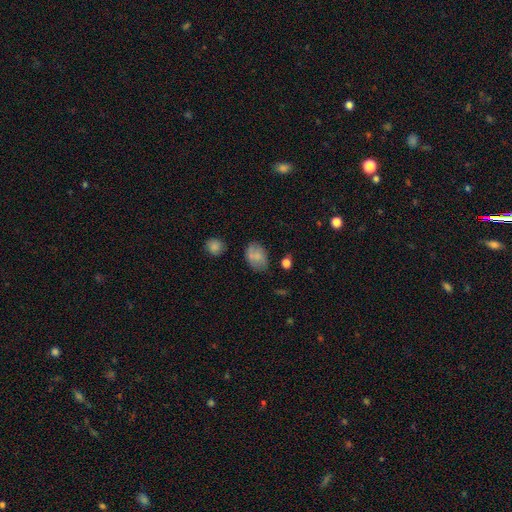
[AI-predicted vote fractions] smooth 75%, featured or disk 16%, star or artifact 10%. Down the decision tree: how rounded — in between (80%); merging — none (61%).